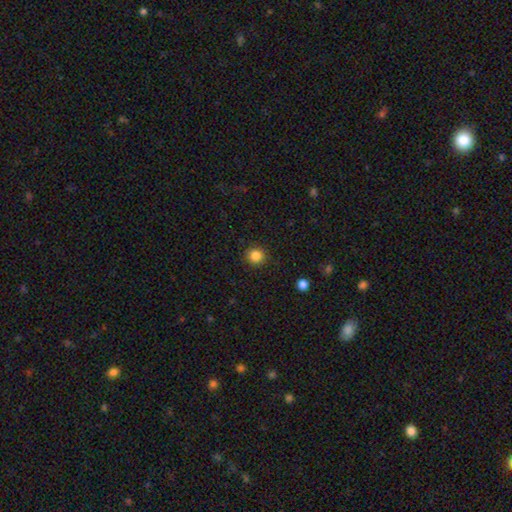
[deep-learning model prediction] A smooth galaxy with no disk features (85%) that is round (92%). Merging: none (91%).